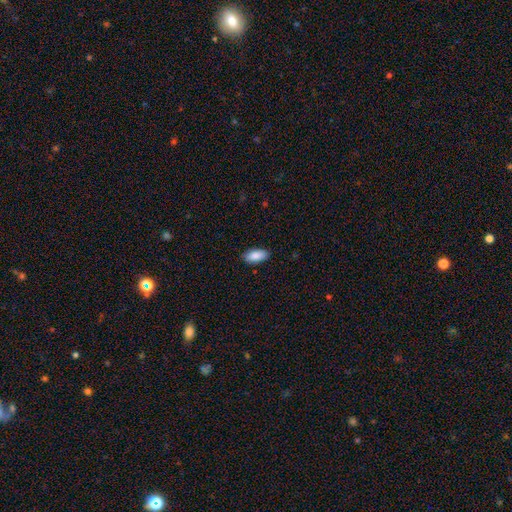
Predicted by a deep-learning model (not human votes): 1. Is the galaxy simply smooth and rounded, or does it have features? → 88% smooth, 6% star or artifact, 6% featured or disk.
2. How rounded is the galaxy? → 91% in between, 7% cigar-shaped, 2% round.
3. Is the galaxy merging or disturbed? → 87% none, 10% minor disturbance, 2% major disturbance, 1% merger.